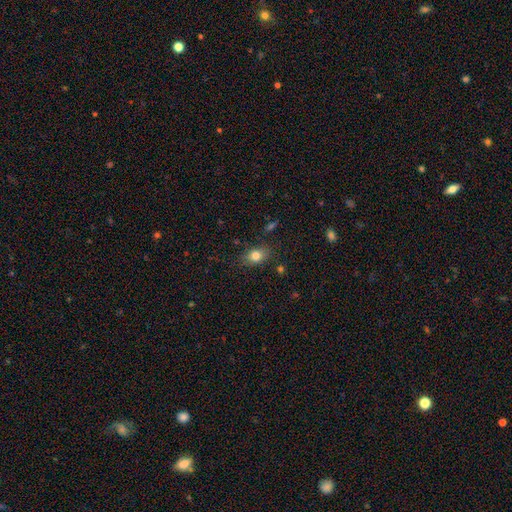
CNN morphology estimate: The model was most divided on "how rounded": in between: 73%, round: 24%, cigar-shaped: 2%. More confident: smooth or featured — smooth (81%); merging — none (80%).